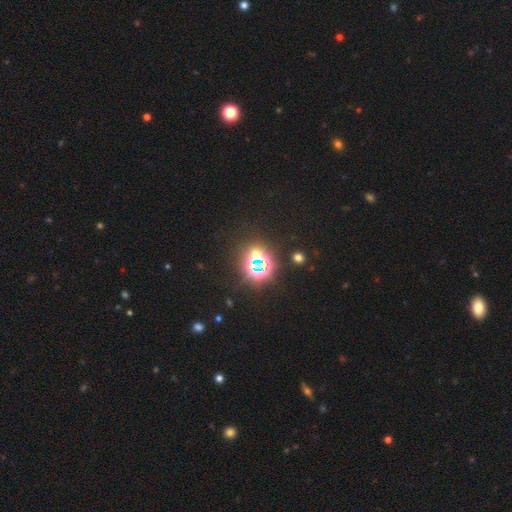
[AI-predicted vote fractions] This appears to be a star or artifact, not a galaxy (73%).